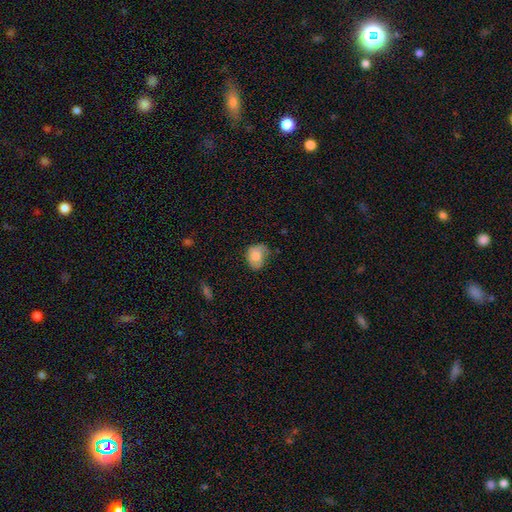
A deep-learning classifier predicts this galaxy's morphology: smooth 77%, featured or disk 15%, star or artifact 8%. Down the decision tree: how rounded — in between (55%); merging — none (53%).